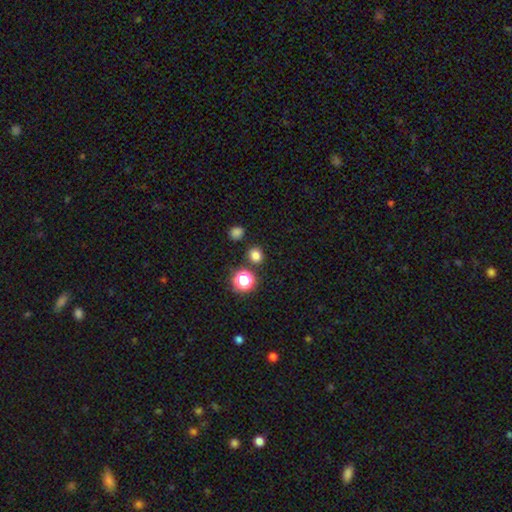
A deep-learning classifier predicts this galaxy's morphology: Smooth or featured: smooth — 77% (star or artifact — 19%)
How rounded: round — 80% (in between — 20%)
Merging: none — 84% (minor disturbance — 8%)